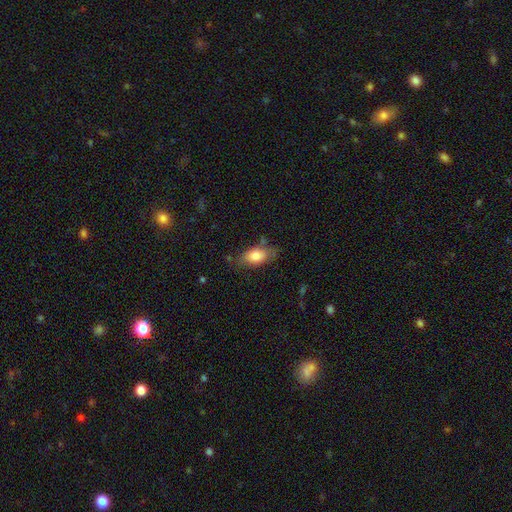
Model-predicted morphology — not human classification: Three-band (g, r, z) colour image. It shows a smooth galaxy with no disk features (79%) that is in between round and cigar-shaped (88%). Merging: none (68%).